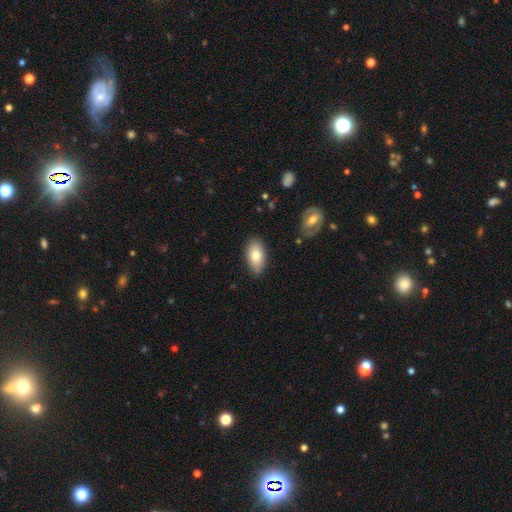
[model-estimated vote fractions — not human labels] Smooth or featured? Predicted: smooth (p=0.75). How rounded? Predicted: in between (p=0.92). Merging? Predicted: none (p=0.84).